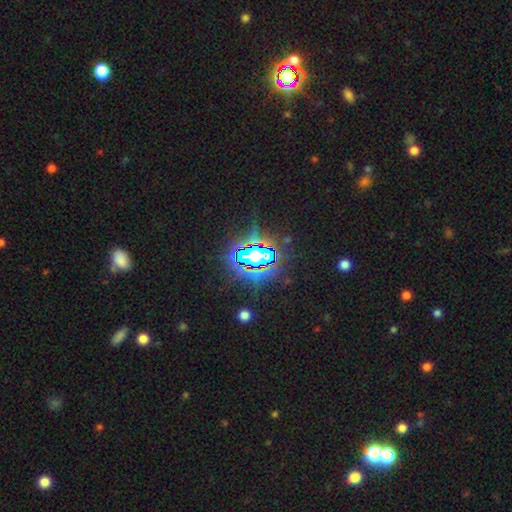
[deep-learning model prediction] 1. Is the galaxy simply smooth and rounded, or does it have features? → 77% star or artifact, 13% smooth, 10% featured or disk.